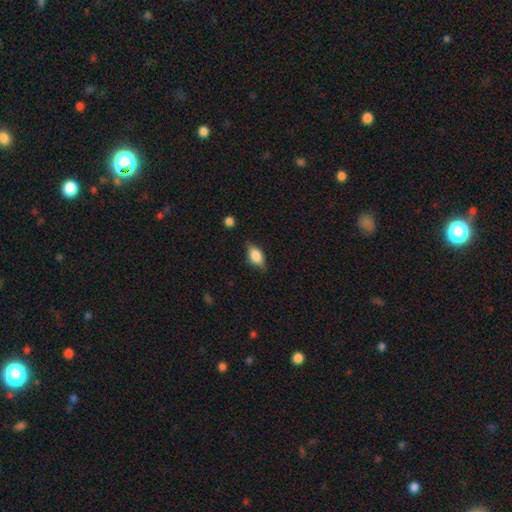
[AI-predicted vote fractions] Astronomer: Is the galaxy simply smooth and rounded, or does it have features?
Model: smooth — 73%.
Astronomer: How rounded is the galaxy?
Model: in between — 84%.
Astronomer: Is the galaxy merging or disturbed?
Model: none — 75%.